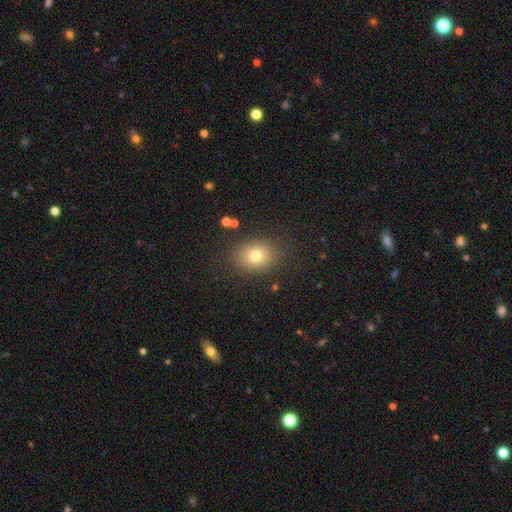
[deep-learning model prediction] Overall: smooth (77%). How rounded: in between (51%; round 48%). Merging: none (84%).